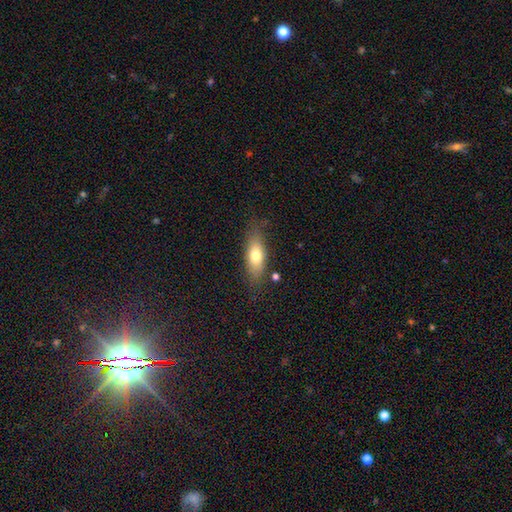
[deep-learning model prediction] smooth_or_featured: smooth (p=0.70) [alt: featured or disk p=0.22]
how_rounded: in between (p=0.70) [alt: cigar-shaped p=0.26]
merging: none (p=0.75) [alt: minor disturbance p=0.17]